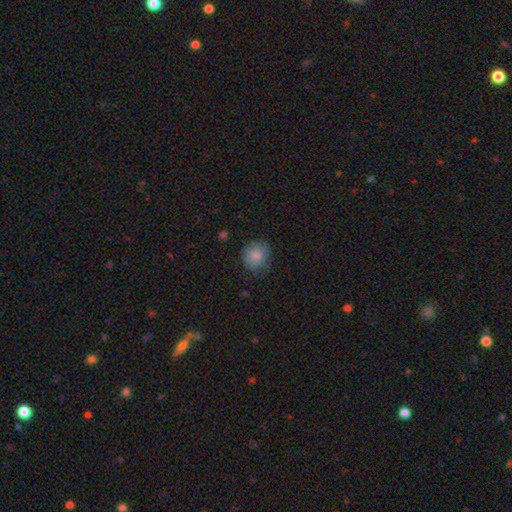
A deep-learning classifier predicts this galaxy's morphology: Overall: smooth (85%). How rounded: round (84%). Merging: none (78%).